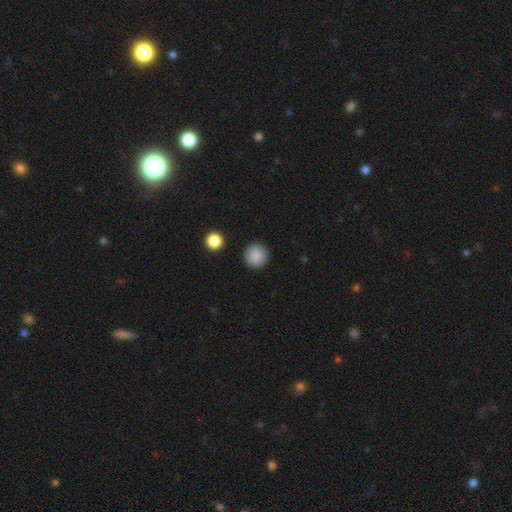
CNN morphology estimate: Smooth or featured?
  - smooth: 89% *
  - star or artifact: 8%
  - featured or disk: 3%
How rounded?
  - round: 95% *
  - in between: 4%
  - cigar-shaped: 1%
Merging?
  - none: 92% *
  - minor disturbance: 5%
  - major disturbance: 2%
  - merger: 1%